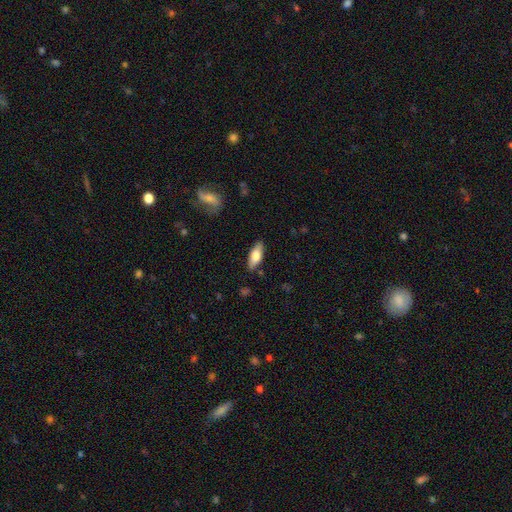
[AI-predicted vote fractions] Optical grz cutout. It shows a smooth galaxy with no disk features (70%) that is in between round and cigar-shaped (74%). Merging: none (85%).